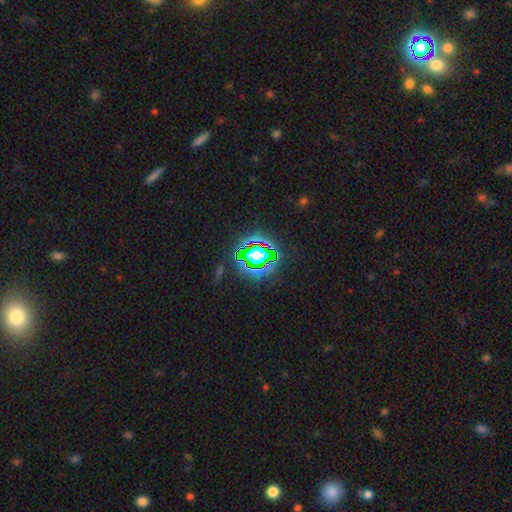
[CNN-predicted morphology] Overall: star or artifact (68%).